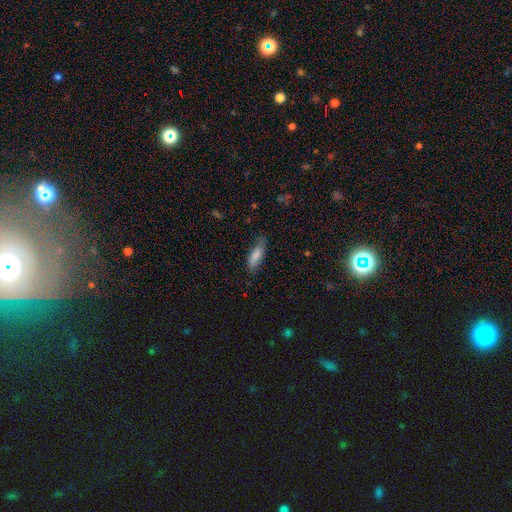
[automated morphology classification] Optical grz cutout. It shows a smooth galaxy with no disk features (79%) that is cigar-shaped (50%). Merging: none (71%).